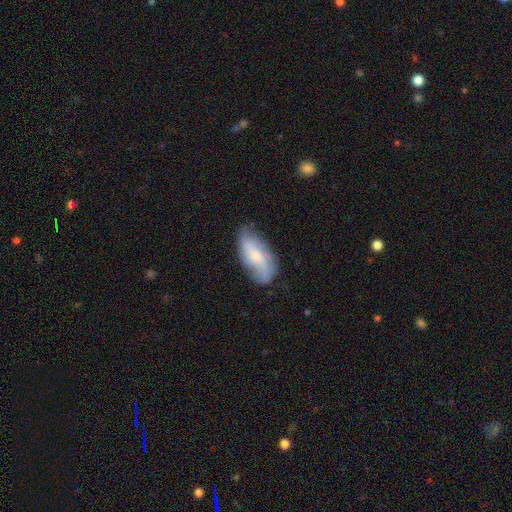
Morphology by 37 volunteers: This is likely a featured or disk galaxy (65%). It is clearly not viewed edge-on (100%). Bar: likely no (75%). Spiral arm pattern: clearly yes (83%). Spiral arm count: clearly 2 (80%). Spiral winding: likely loose (70%). Central bulge: possibly moderate (50%, tied with small). Merging: likely none (64%).